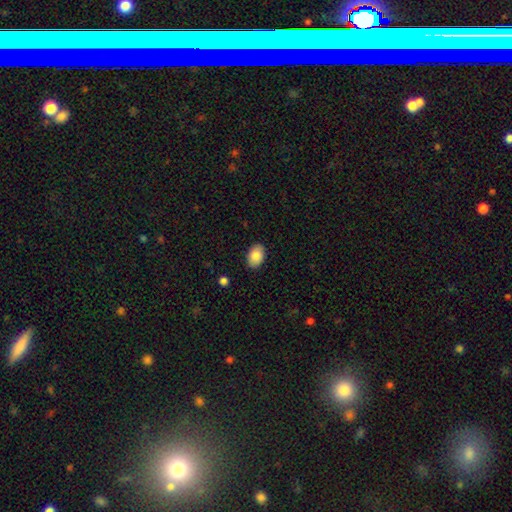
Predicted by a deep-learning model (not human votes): The model was most divided on "how rounded": in between: 87%, round: 12%, cigar-shaped: 1%. More confident: merging — none (89%); smooth or featured — smooth (86%).